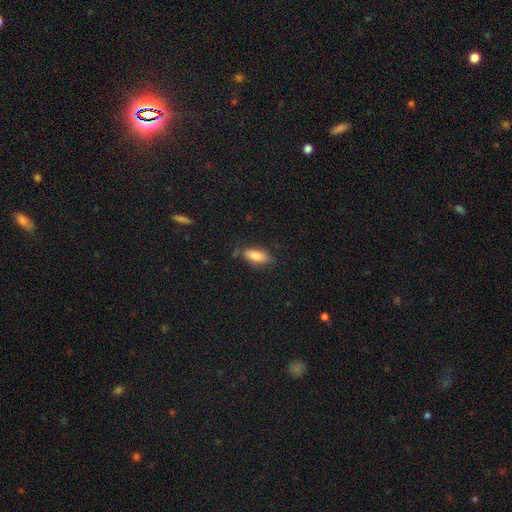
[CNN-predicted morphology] The model was most divided on "merging": none: 70%, minor disturbance: 23%, major disturbance: 5%, merger: 2%. More confident: how rounded — in between (79%); smooth or featured — smooth (78%).